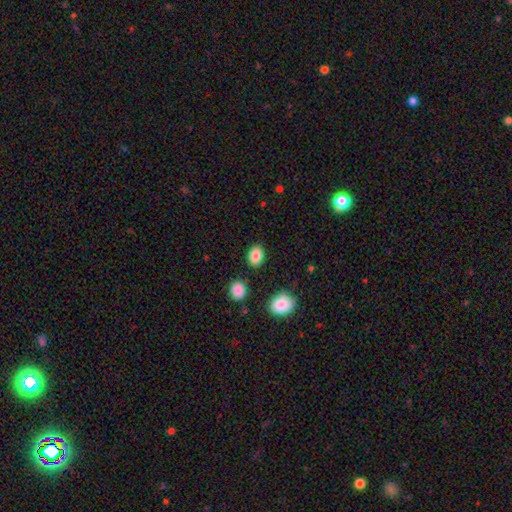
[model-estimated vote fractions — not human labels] This is clearly a smooth galaxy (86%). How rounded: likely in between (67%). Merging: clearly none (85%).